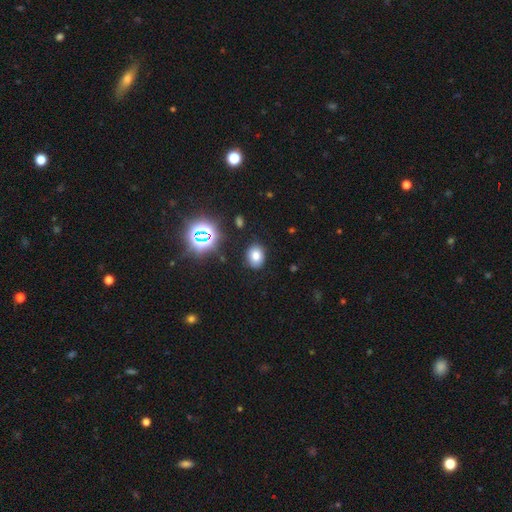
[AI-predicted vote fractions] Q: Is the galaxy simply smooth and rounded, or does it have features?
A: smooth — 73%.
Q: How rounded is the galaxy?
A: in between — 63%.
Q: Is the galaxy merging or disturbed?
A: none — 86%.